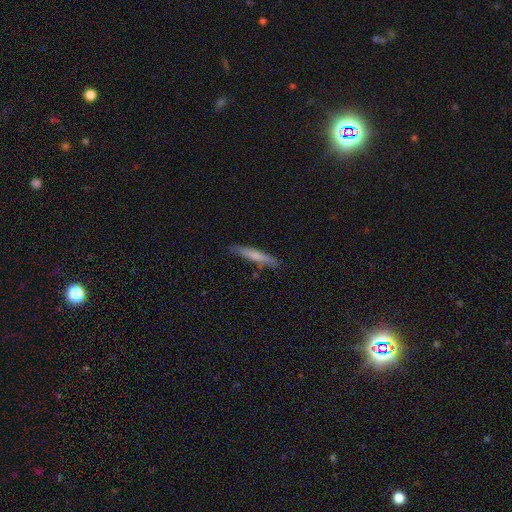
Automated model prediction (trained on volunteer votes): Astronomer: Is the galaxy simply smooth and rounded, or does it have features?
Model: smooth — 67%.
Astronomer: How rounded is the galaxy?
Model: cigar-shaped — 93%.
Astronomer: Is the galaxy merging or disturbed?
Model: none — 83%.